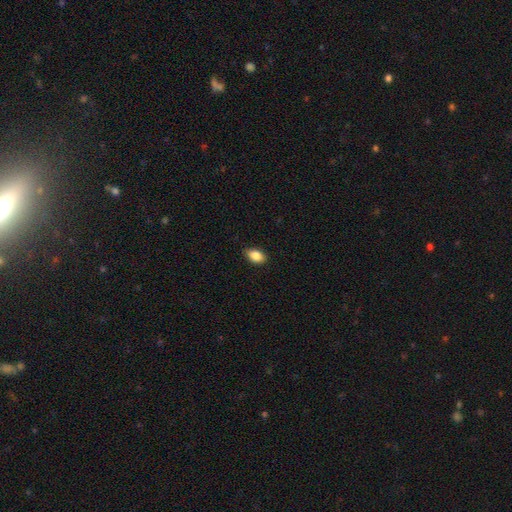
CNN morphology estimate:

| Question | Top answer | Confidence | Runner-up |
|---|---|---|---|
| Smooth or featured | smooth | 87% | star or artifact (8%) |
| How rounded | in between | 89% | round (9%) |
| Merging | none | 85% | minor disturbance (12%) |